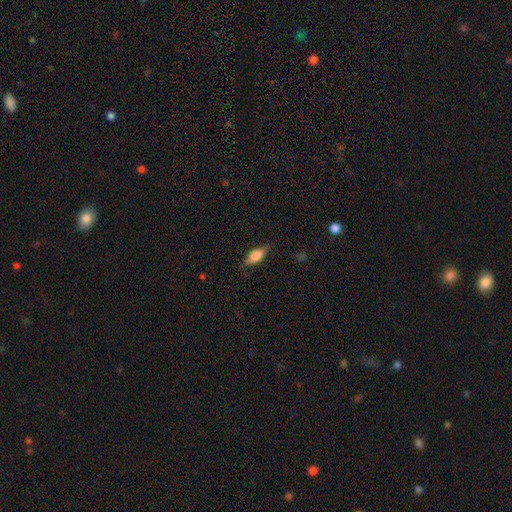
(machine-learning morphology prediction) smooth 62%, featured or disk 30%, star or artifact 7%. Down the decision tree: how rounded — in between (77%); merging — none (78%).